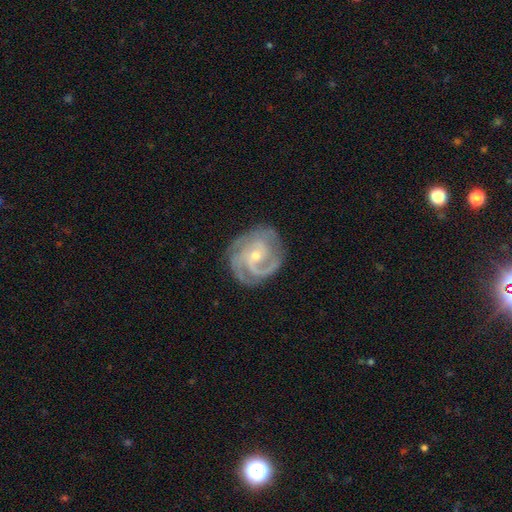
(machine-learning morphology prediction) smooth-or-featured: featured or disk: 90% | star or artifact: 5% | smooth: 5%
  disk-edge-on: no: 98% | yes: 2%
    bar: no: 60% | weak: 32% | strong: 8%
    has-spiral-arms: yes: 98% | no: 2%
      spiral-winding: tight: 58% | medium: 36% | loose: 6%
      spiral-arm-count: 3: 47% | 2: 23% | can't tell: 11% | 4: 9% | 1: 5% | more than 4: 5%
    bulge-size: small: 63% | moderate: 35% | large: 1% | none: 1% | dominant: 1%
  merging: none: 76% | minor disturbance: 17% | major disturbance: 6% | merger: 1%